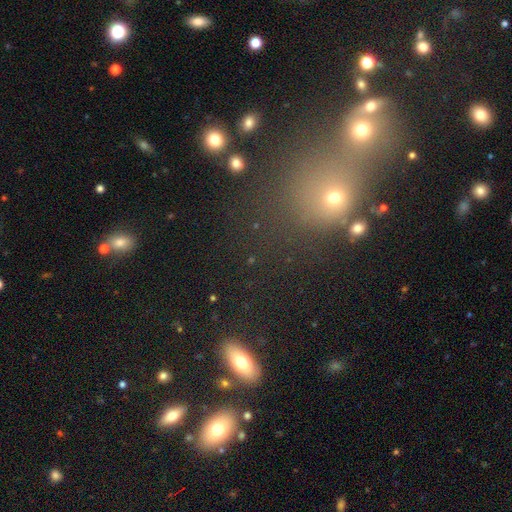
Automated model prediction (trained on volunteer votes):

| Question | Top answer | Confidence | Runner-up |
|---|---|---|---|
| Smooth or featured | smooth | 49% | star or artifact (38%) |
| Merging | none | 63% | merger (18%) |